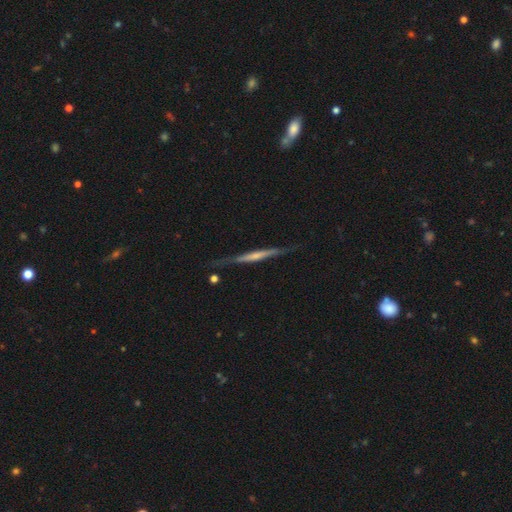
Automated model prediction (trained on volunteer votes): A featured or disk galaxy (66%) viewed edge-on (95%) with no central bulge (49%). Merging: none (77%).